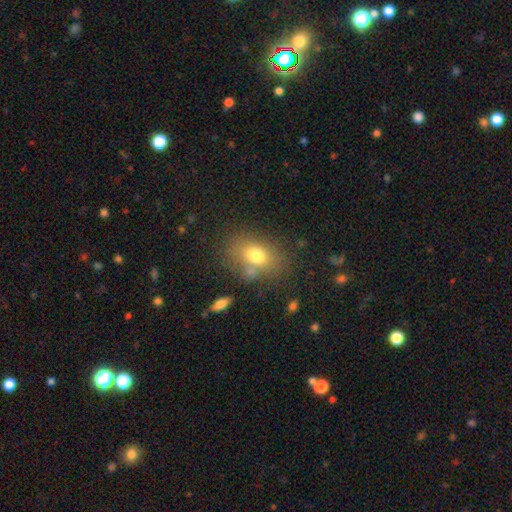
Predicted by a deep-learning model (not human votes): The model was most divided on "how rounded": in between: 75%, round: 23%, cigar-shaped: 2%. More confident: smooth or featured — smooth (74%); merging — none (71%).